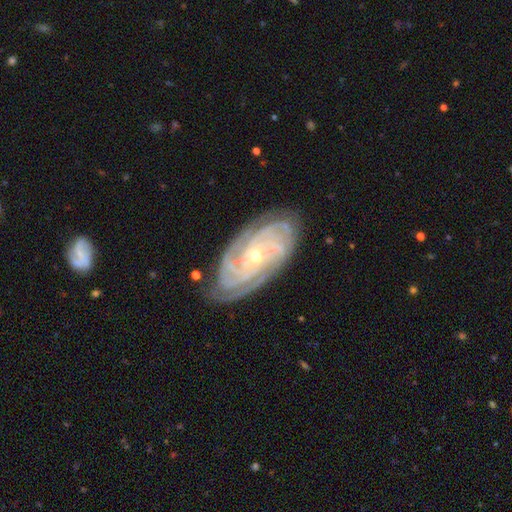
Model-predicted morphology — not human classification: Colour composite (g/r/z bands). It shows a featured or disk galaxy (91%) with no bar (64%), 4 (34%) tight (81%) spiral arms (98%) and a small central bulge (69%). Merging: none (80%).